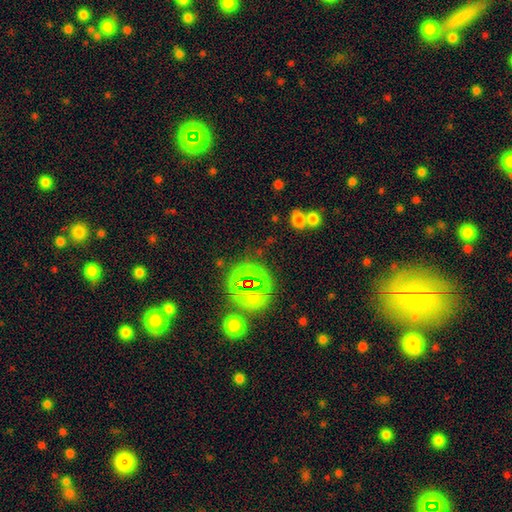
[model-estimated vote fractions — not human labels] smooth-or-featured: star or artifact: 60% | smooth: 27% | featured or disk: 13%